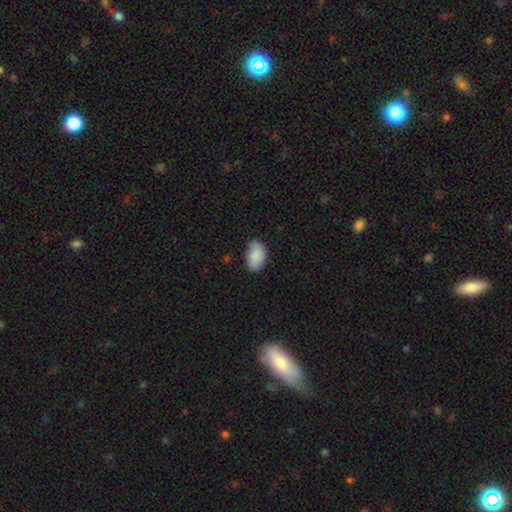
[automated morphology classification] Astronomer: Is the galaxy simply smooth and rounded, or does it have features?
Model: smooth — 83%.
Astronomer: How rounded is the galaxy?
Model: in between — 90%.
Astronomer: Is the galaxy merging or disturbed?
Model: none — 69%.